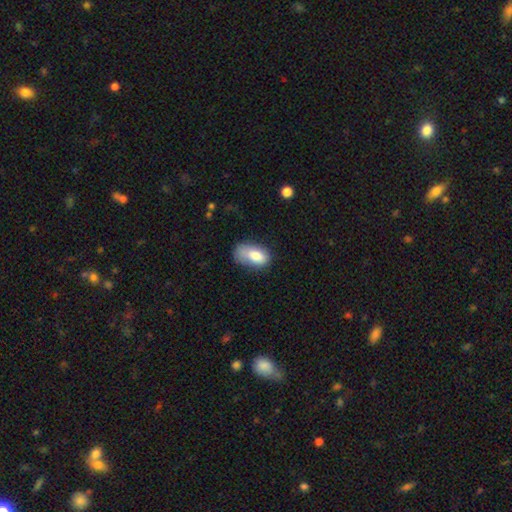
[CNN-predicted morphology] smooth_or_featured: smooth (p=0.77) [alt: featured or disk p=0.15]
how_rounded: in between (p=0.92) [alt: round p=0.06]
merging: none (p=0.42) [alt: minor disturbance p=0.36]